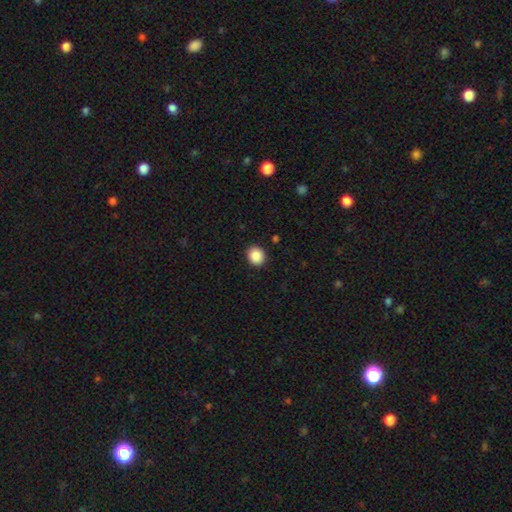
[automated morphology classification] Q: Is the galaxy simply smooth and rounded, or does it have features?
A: smooth — 88%.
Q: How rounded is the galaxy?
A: round — 80%.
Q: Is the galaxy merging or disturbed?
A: none — 91%.